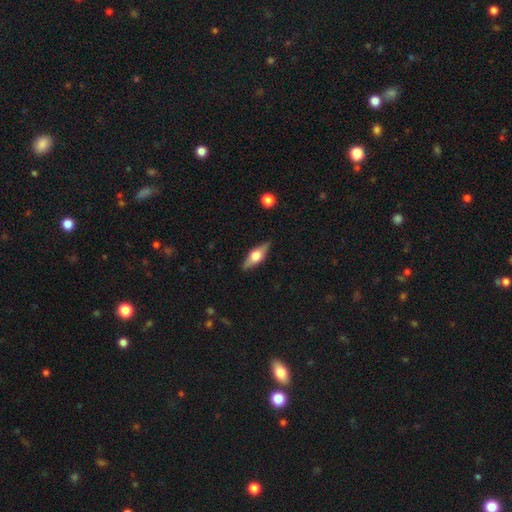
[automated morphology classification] Overall: featured or disk (57%; smooth 37%). Edge-on disk: yes (92%). Edge-on bulge: rounded (92%). Merging: none (85%).